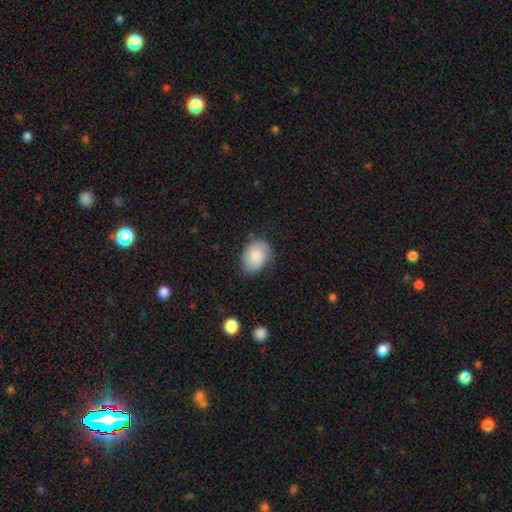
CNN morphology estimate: Q: Smooth or featured?
A: smooth (84%); runner-up: featured or disk (9%)
Q: How rounded?
A: in between (72%); runner-up: round (27%)
Q: Merging?
A: none (68%); runner-up: minor disturbance (25%)